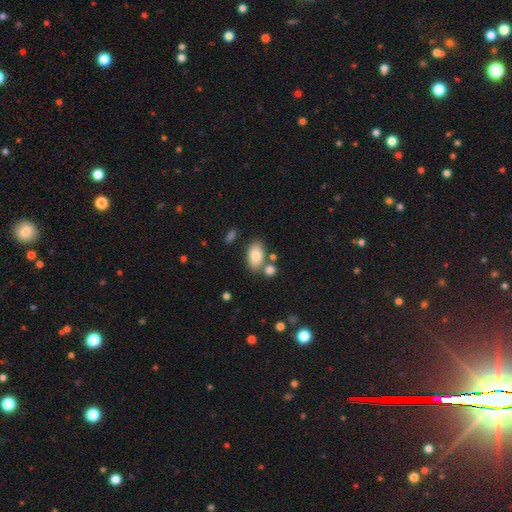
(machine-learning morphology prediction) This appears to be a smooth galaxy with no disk features (82%) that is in between round and cigar-shaped (91%). Merging: none (69%).